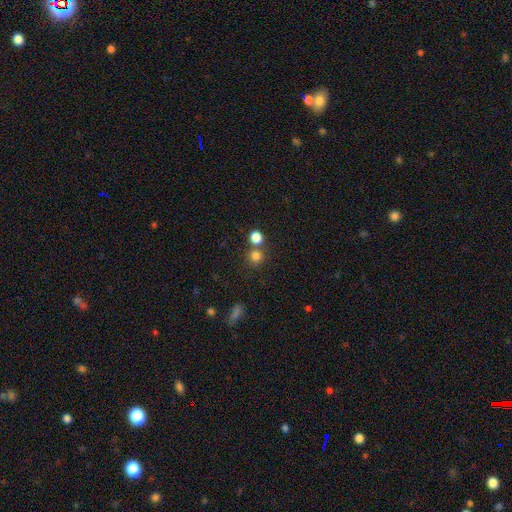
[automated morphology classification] Smooth or featured?
  - smooth: 80% *
  - star or artifact: 14%
  - featured or disk: 6%
How rounded?
  - round: 89% *
  - in between: 10%
  - cigar-shaped: 1%
Merging?
  - none: 66% *
  - merger: 24%
  - minor disturbance: 7%
  - major disturbance: 3%